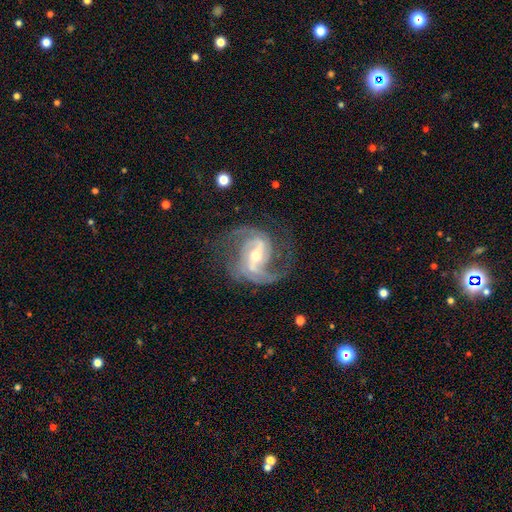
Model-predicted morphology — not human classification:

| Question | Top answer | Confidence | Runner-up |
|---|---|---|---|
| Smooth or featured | featured or disk | 91% | star or artifact (5%) |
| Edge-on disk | no | 97% | yes (3%) |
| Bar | strong | 45% | weak (39%) |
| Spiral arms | yes | 98% | no (2%) |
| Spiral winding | medium | 54% | loose (27%) |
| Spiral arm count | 2 | 75% | 3 (12%) |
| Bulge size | small | 51% | moderate (45%) |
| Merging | none | 68% | minor disturbance (17%) |